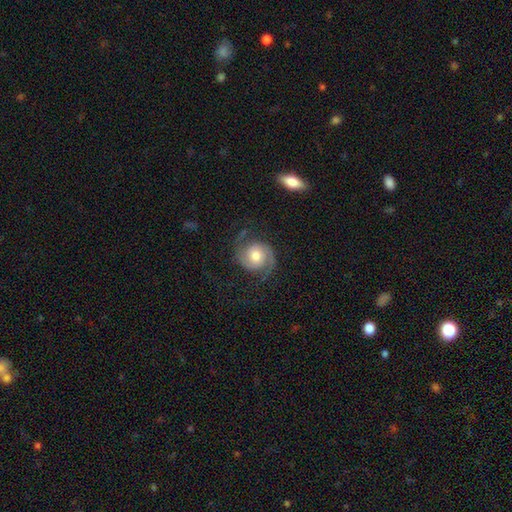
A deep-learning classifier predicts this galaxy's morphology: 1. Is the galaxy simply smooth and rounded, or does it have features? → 80% featured or disk, 13% smooth, 7% star or artifact.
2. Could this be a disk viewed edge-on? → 98% no, 2% yes.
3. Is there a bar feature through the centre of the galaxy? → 69% no, 26% weak, 5% strong.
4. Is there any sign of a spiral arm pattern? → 96% yes, 4% no.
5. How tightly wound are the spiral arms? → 48% medium, 29% tight, 22% loose.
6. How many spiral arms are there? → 92% 2, 3% can't tell, 2% 1, 1% 3, 1% 4, 1% more than 4.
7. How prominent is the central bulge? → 68% moderate, 14% small, 14% large, 2% dominant, 2% none.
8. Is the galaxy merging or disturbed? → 75% none, 15% minor disturbance, 9% major disturbance, 1% merger.